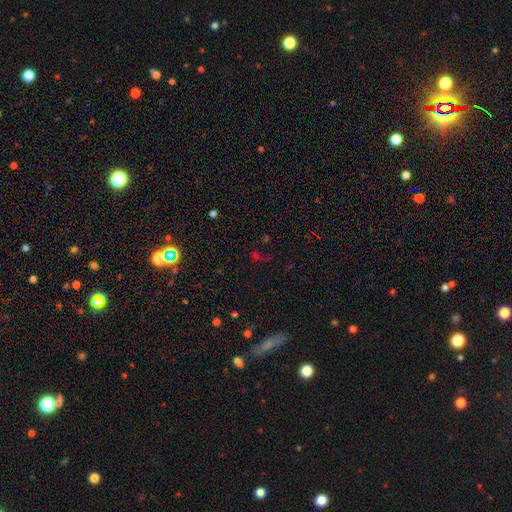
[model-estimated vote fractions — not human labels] This appears to be a star or artifact, not a galaxy (57%).